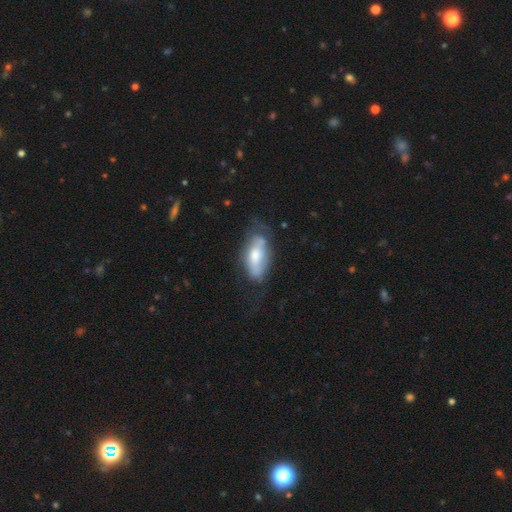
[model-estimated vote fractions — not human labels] The model was most divided on "merging": none: 44%, minor disturbance: 32%, major disturbance: 19%, merger: 5%. More confident: how rounded — in between (85%); smooth or featured — smooth (56%).